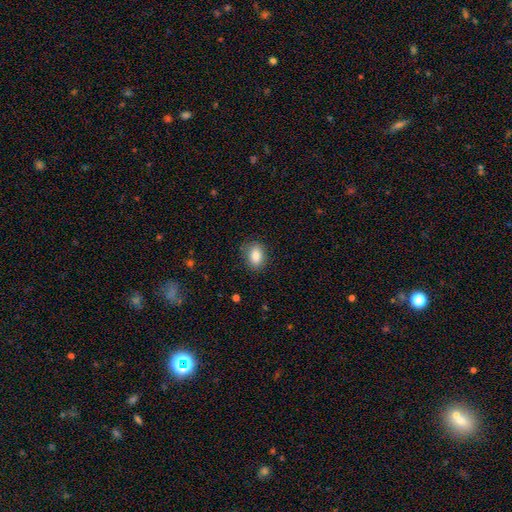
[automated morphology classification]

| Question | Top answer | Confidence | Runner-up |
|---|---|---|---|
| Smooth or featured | smooth | 86% | star or artifact (8%) |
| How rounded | in between | 80% | round (18%) |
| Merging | none | 84% | minor disturbance (12%) |